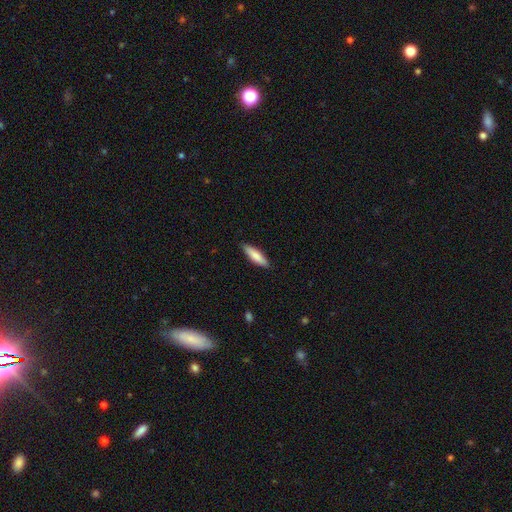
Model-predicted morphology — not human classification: smooth_or_featured: smooth (p=0.82) [alt: featured or disk p=0.13]
how_rounded: cigar-shaped (p=0.66) [alt: in between p=0.32]
merging: none (p=0.89) [alt: minor disturbance p=0.08]